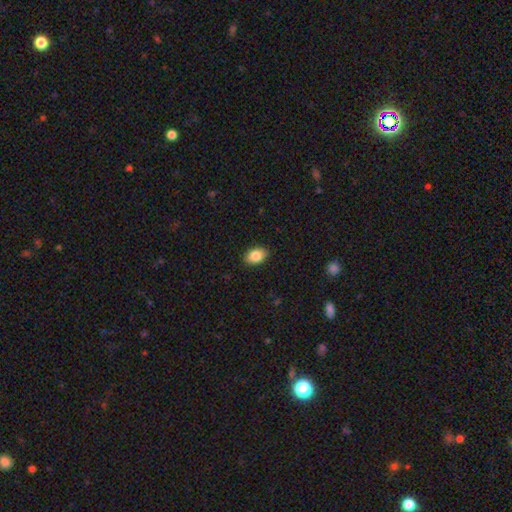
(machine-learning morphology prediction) smooth_or_featured: smooth (p=0.85) [alt: star or artifact p=0.08]
how_rounded: in between (p=0.83) [alt: round p=0.16]
merging: none (p=0.87) [alt: minor disturbance p=0.10]